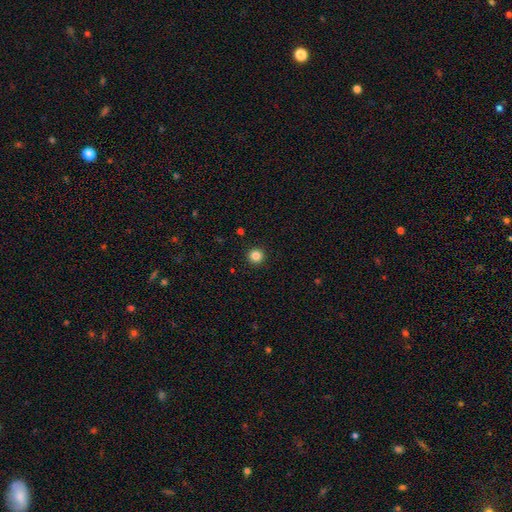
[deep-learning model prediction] Smooth or featured? Predicted: smooth (p=0.85). How rounded? Predicted: round (p=0.96). Merging? Predicted: none (p=0.93).